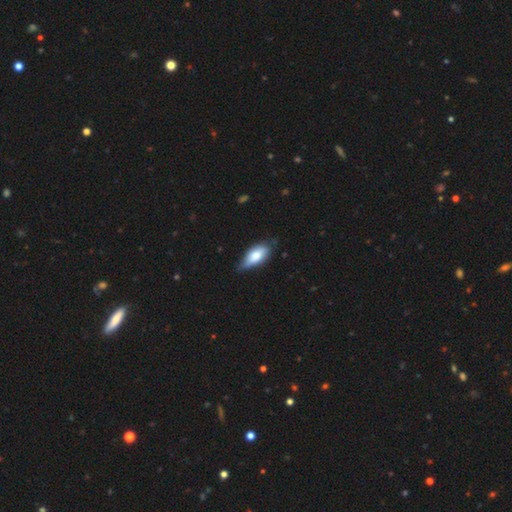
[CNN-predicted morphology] type=smooth (76%); roundness=in between (84%); merging=none (58%).